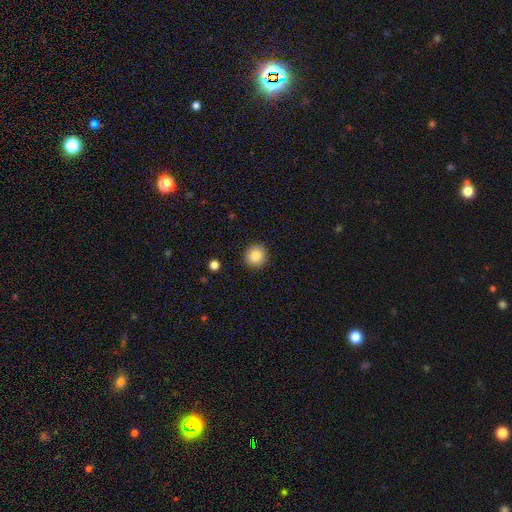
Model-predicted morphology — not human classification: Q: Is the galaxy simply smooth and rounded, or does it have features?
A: smooth — 86%.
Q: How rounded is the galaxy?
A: round — 93%.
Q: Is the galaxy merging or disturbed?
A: none — 91%.